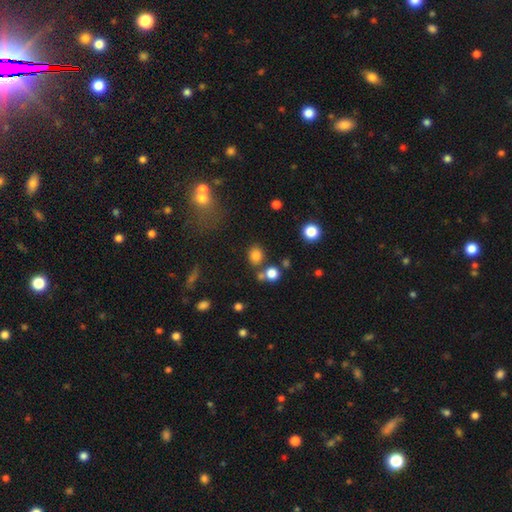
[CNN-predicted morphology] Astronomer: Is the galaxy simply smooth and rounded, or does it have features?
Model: smooth — 80%.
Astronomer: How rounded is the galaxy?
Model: round — 66%.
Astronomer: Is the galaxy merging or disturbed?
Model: none — 73%.